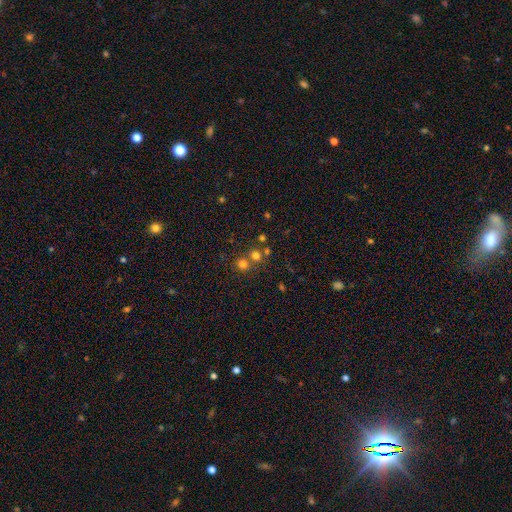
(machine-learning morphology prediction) Smooth or featured? Predicted: smooth (p=0.69). How rounded? Predicted: round (p=0.88). Merging? Predicted: none (p=0.58).